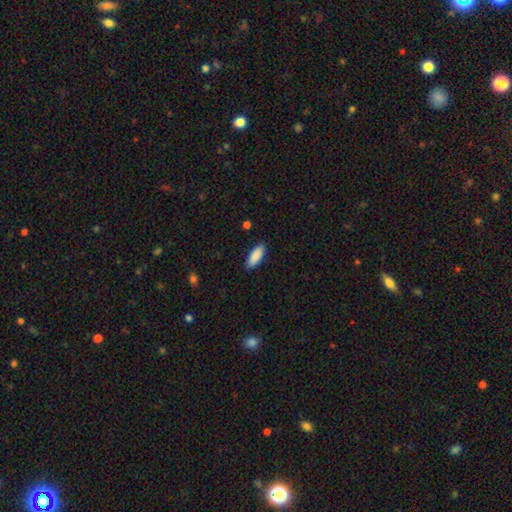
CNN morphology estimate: A smooth galaxy with no disk features (89%) that is in between round and cigar-shaped (75%). Merging: none (87%).